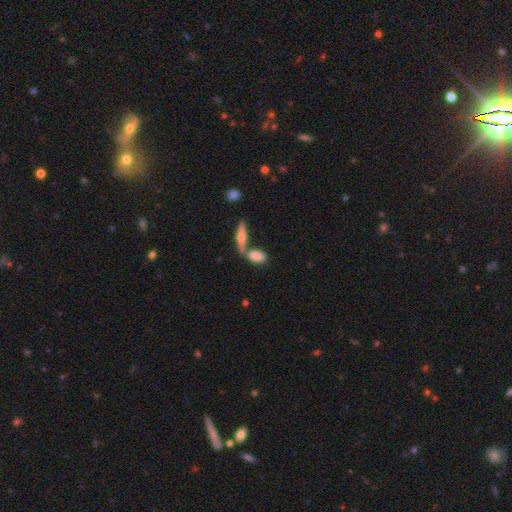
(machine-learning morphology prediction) Q: Smooth or featured?
A: smooth (76%); runner-up: featured or disk (17%)
Q: How rounded?
A: in between (79%); runner-up: cigar-shaped (16%)
Q: Merging?
A: none (46%); runner-up: merger (39%)